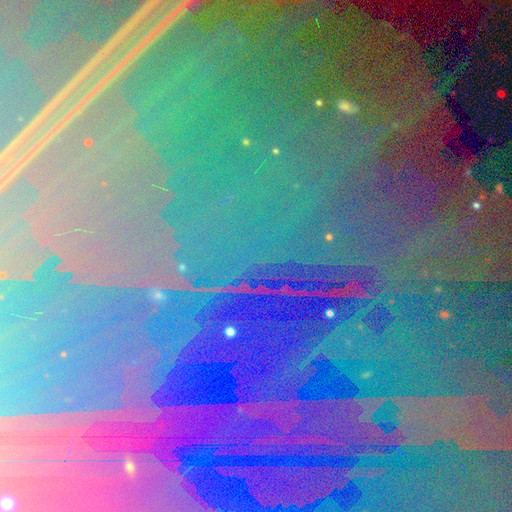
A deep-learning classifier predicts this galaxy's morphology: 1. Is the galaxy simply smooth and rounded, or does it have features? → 87% star or artifact, 7% featured or disk, 7% smooth.